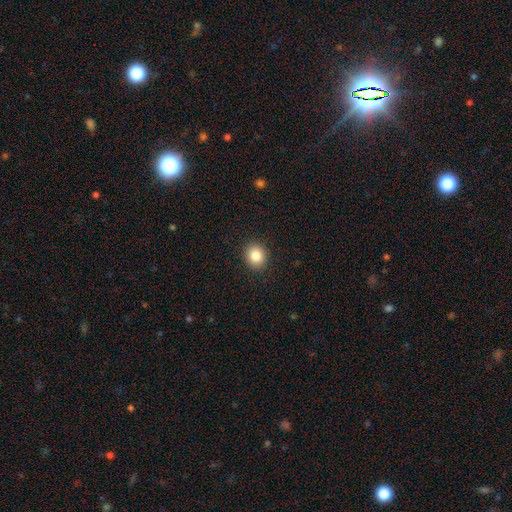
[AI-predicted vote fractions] Smooth or featured? Predicted: smooth (p=0.84). How rounded? Predicted: round (p=0.76). Merging? Predicted: none (p=0.91).